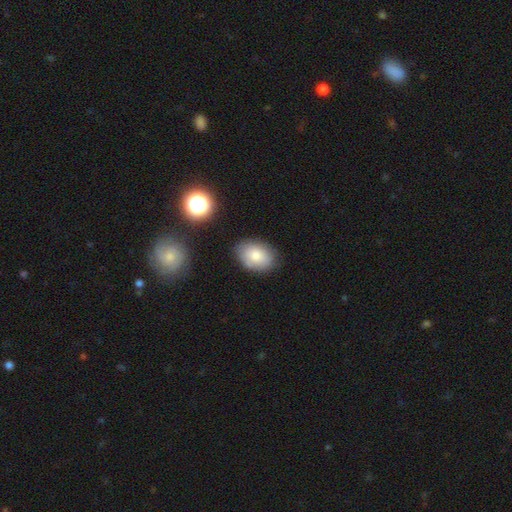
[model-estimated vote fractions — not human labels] Smooth or featured: smooth — 79% (featured or disk — 12%)
How rounded: in between — 76% (round — 23%)
Merging: none — 81% (minor disturbance — 14%)